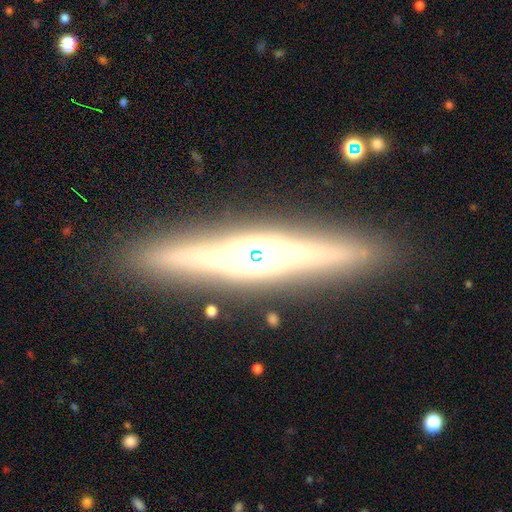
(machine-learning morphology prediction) This appears to be a featured or disk galaxy (79%) viewed edge-on (96%) with a rounded central bulge (71%). Merging: none (89%).